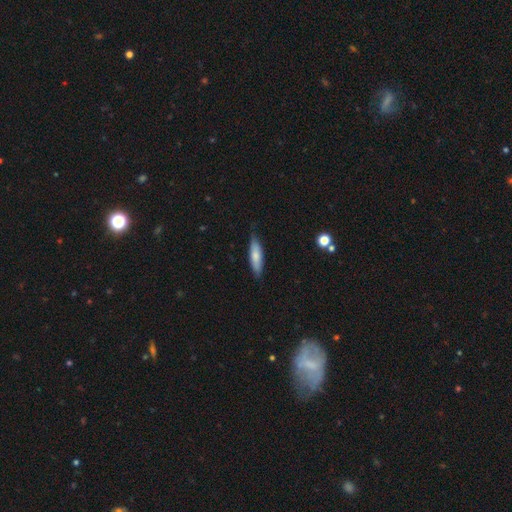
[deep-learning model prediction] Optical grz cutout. It shows a smooth galaxy with no disk features (72%) that is cigar-shaped (61%). Merging: none (78%).